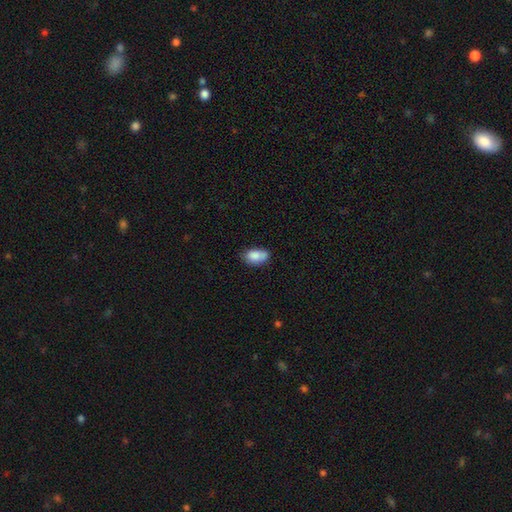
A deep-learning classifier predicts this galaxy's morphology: Smooth or featured? Predicted: smooth (p=0.83). How rounded? Predicted: in between (p=0.90). Merging? Predicted: none (p=0.58).